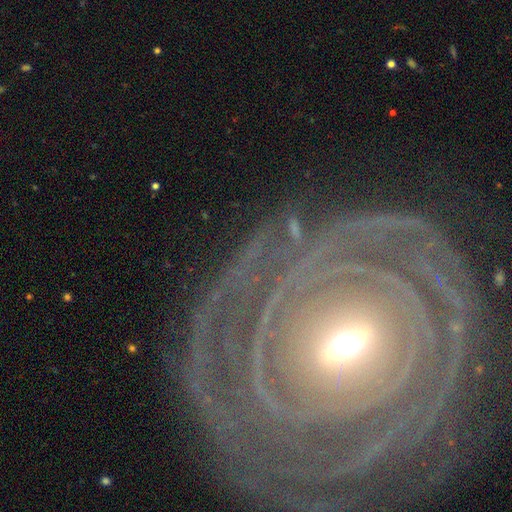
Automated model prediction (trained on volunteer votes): This is clearly a featured or disk galaxy (88%). It is clearly not viewed edge-on (96%). Bar: marginally weak (35%). Spiral arm pattern: clearly yes (93%). Spiral arm count: marginally can't tell (30%). Spiral winding: clearly tight (89%). Central bulge: possibly moderate (57%). Merging: likely none (80%).